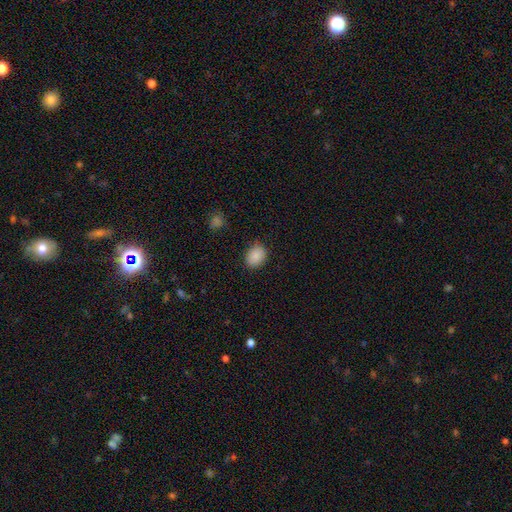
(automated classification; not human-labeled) Morphology: type=smooth (88%); roundness=in between (64%); merging=none (81%).